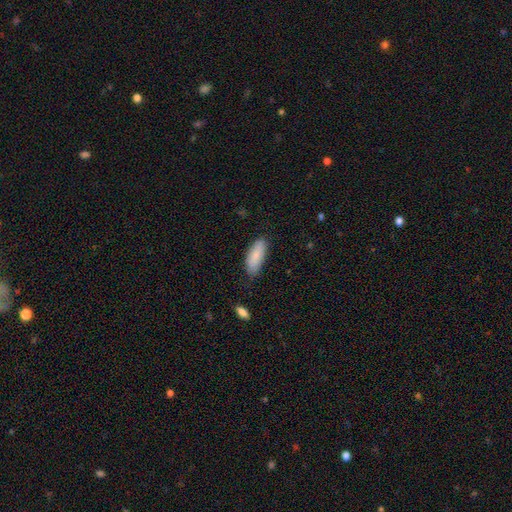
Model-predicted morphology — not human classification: This is clearly a smooth galaxy (86%). How rounded: likely in between (76%). Merging: likely none (77%).